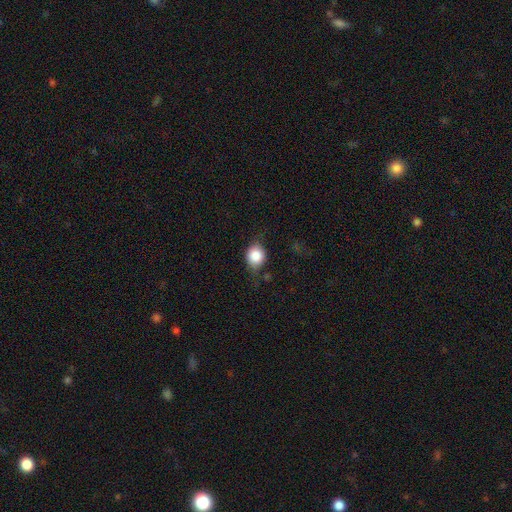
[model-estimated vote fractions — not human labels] The model was most divided on "merging": none: 64%, minor disturbance: 25%, major disturbance: 9%, merger: 2%. More confident: smooth or featured — smooth (79%); how rounded — round (73%).